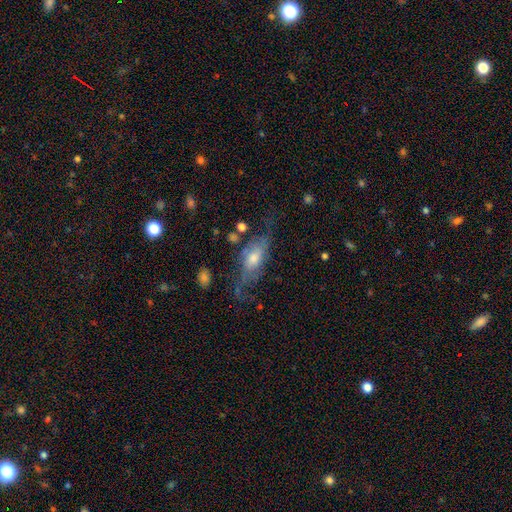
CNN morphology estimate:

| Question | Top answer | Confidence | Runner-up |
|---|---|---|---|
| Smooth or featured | featured or disk | 62% | smooth (26%) |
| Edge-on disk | no | 63% | yes (37%) |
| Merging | none | 55% | minor disturbance (23%) |